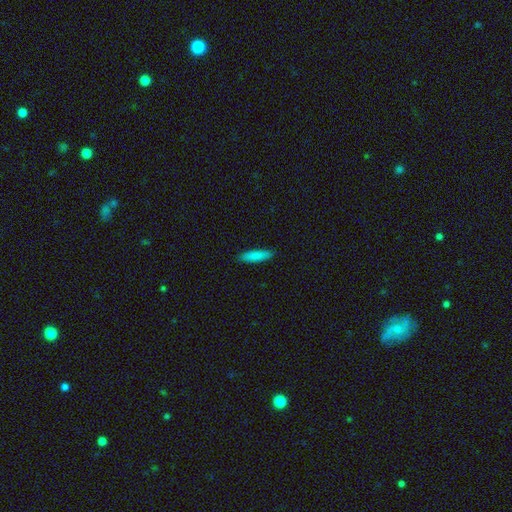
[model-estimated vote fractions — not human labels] Smooth or featured: smooth — 86% (featured or disk — 8%)
How rounded: cigar-shaped — 76% (in between — 22%)
Merging: none — 88% (minor disturbance — 9%)